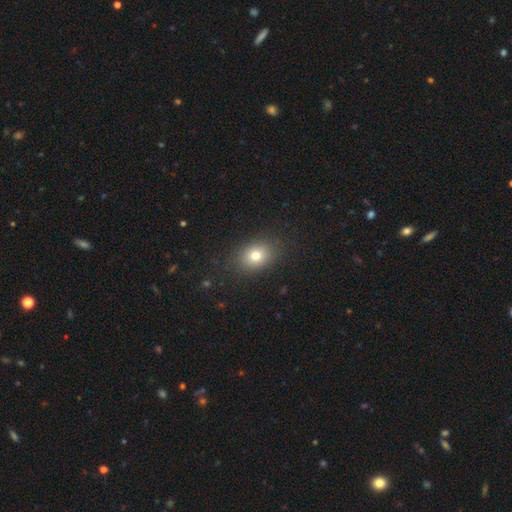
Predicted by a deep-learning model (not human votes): Morphology: type=smooth (77%); roundness=in between (60%); merging=none (85%).